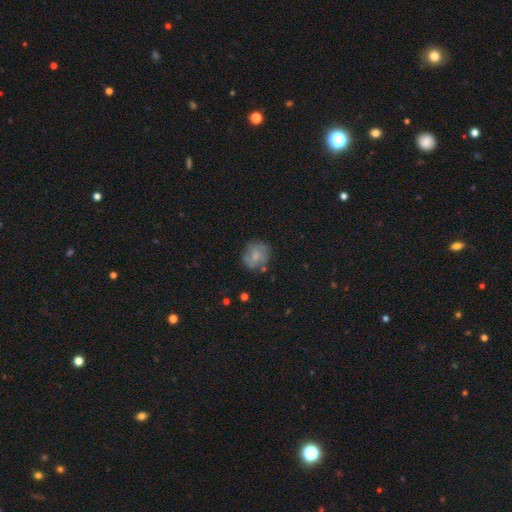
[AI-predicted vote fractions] The model was most divided on "smooth or featured": smooth: 49%, featured or disk: 41%, star or artifact: 9%. More confident: merging — none (67%).